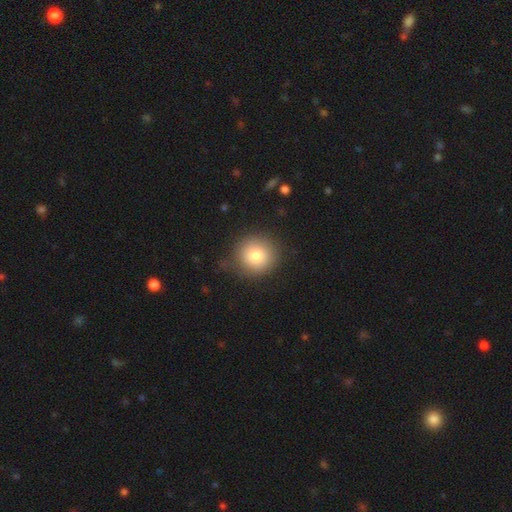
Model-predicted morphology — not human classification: type=smooth (81%); roundness=round (93%); merging=none (81%).